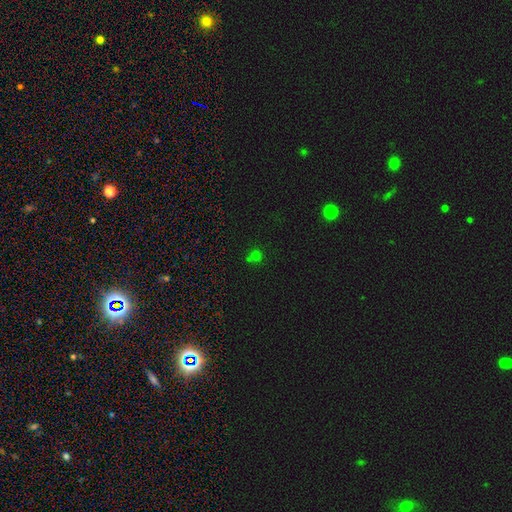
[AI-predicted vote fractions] Smooth or featured? Predicted: smooth (p=0.59). How rounded? Predicted: round (p=0.89). Merging? Predicted: none (p=0.65).